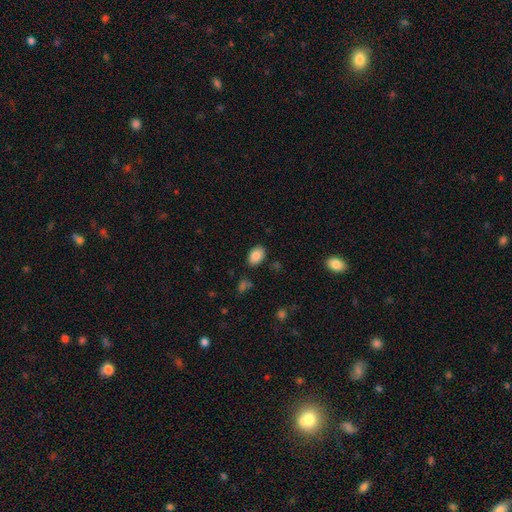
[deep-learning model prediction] A smooth galaxy with no disk features (85%) that is in between round and cigar-shaped (85%).

Vote fractions:
- Smooth or featured? smooth: 85% / star or artifact: 8% / featured or disk: 7%
- How rounded? in between: 85% / round: 14% / cigar-shaped: 1%
- Merging? none: 84% / minor disturbance: 11% / major disturbance: 3% / merger: 2%